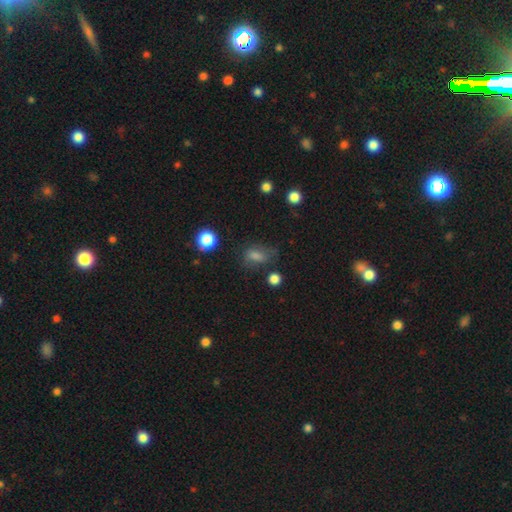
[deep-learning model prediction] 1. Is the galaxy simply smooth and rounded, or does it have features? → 68% smooth, 18% star or artifact, 14% featured or disk.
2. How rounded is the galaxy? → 75% in between, 18% round, 8% cigar-shaped.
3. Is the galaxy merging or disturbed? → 54% none, 27% minor disturbance, 16% major disturbance, 3% merger.